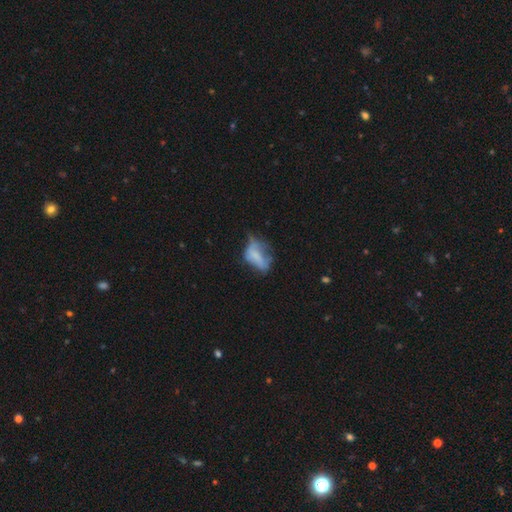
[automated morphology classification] Overall: smooth (52%; featured or disk 36%). How rounded: in between (83%). Merging: major disturbance (38%; minor disturbance 31%).